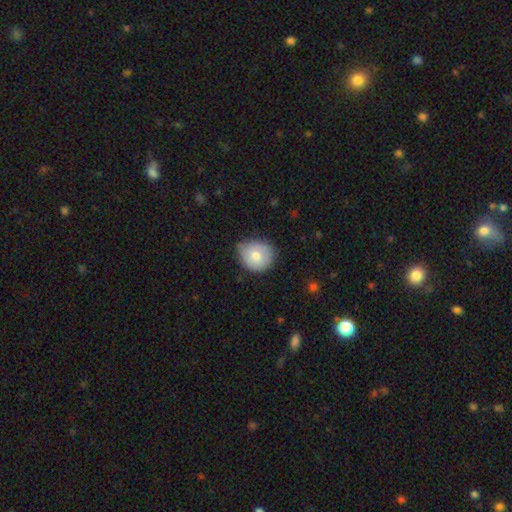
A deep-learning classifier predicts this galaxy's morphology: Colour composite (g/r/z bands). It shows a smooth galaxy with no disk features (73%) that is round (78%). Merging: none (58%).